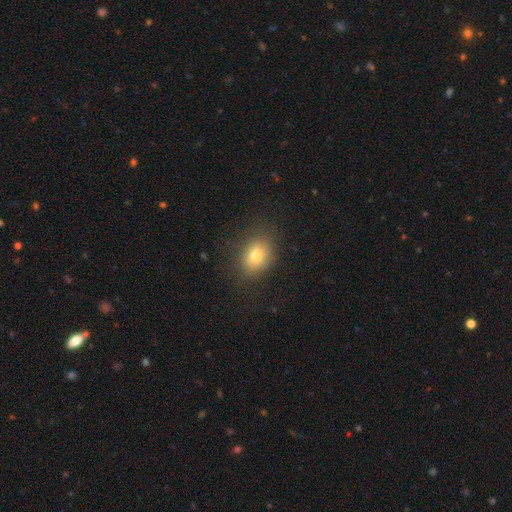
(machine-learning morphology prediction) A smooth galaxy with no disk features (73%) that is in between round and cigar-shaped (64%). Merging: none (79%).